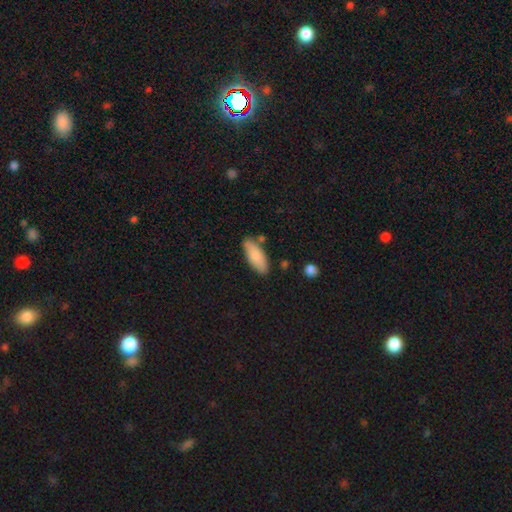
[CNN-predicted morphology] A smooth galaxy with no disk features (84%) that is in between round and cigar-shaped (74%).

Vote fractions:
- Smooth or featured? smooth: 84% / featured or disk: 10% / star or artifact: 6%
- How rounded? in between: 74% / cigar-shaped: 24% / round: 2%
- Merging? none: 78% / minor disturbance: 15% / merger: 4% / major disturbance: 3%